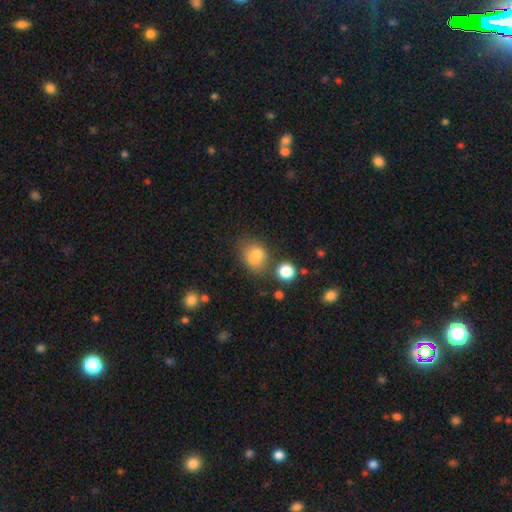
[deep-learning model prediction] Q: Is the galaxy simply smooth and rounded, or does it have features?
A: smooth — 77%.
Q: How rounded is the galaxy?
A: in between — 55%.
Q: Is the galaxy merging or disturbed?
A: none — 50%.